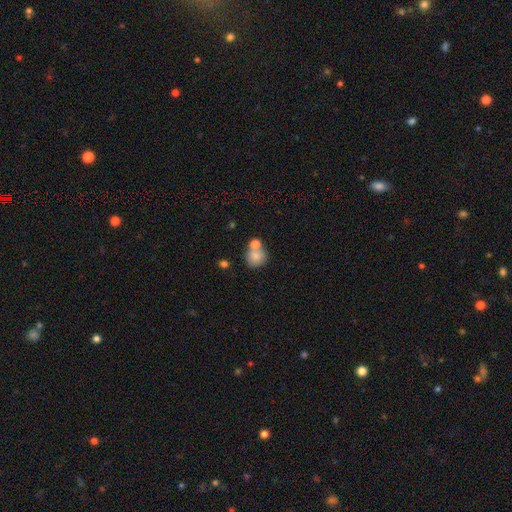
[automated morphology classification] The model was most divided on "merging": none: 49%, merger: 37%, minor disturbance: 10%, major disturbance: 4%. More confident: how rounded — round (84%); smooth or featured — smooth (79%).